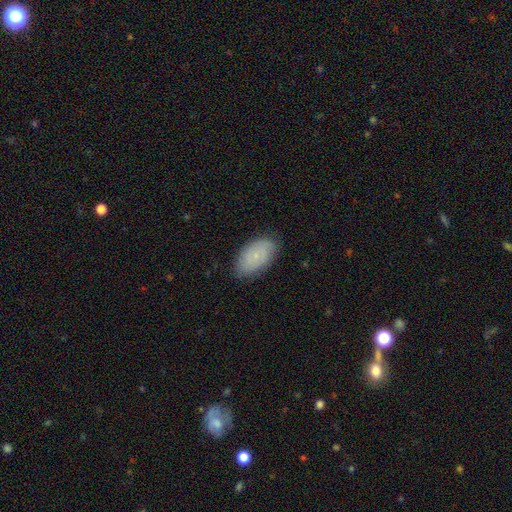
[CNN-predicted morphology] This is likely a smooth galaxy (67%). How rounded: clearly in between (93%). Merging: clearly none (81%).